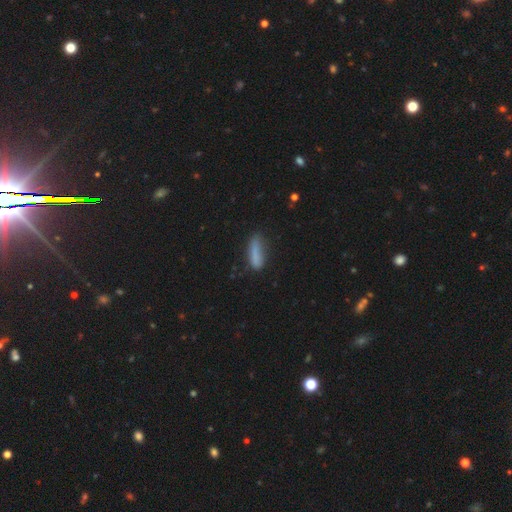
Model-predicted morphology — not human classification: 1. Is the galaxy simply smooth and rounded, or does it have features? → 81% smooth, 11% featured or disk, 8% star or artifact.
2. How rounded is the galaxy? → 63% cigar-shaped, 35% in between, 2% round.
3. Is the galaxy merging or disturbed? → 61% none, 27% minor disturbance, 9% major disturbance, 3% merger.